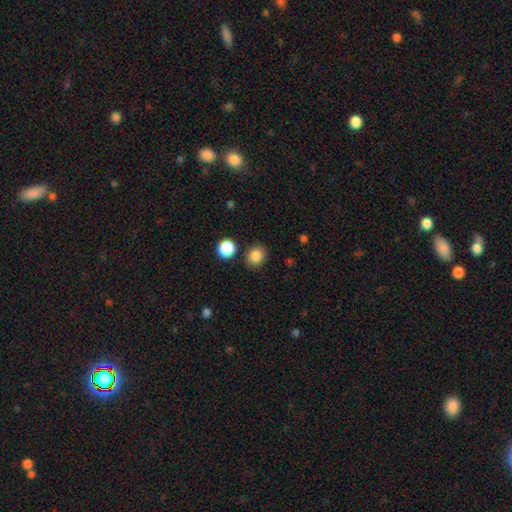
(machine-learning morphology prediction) Smooth or featured?
  - smooth: 85% *
  - star or artifact: 10%
  - featured or disk: 4%
How rounded?
  - round: 73% *
  - in between: 26%
  - cigar-shaped: 1%
Merging?
  - none: 83% *
  - minor disturbance: 9%
  - merger: 5%
  - major disturbance: 3%